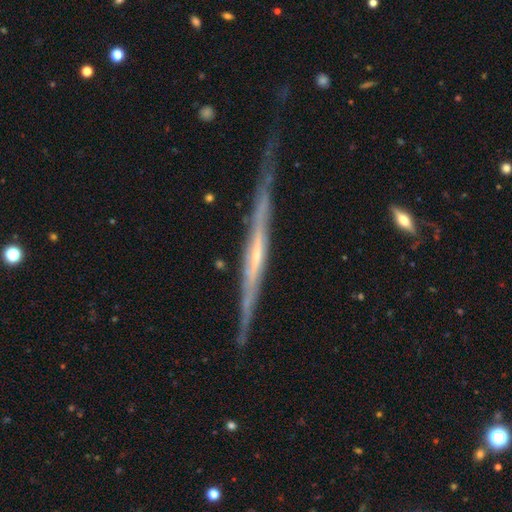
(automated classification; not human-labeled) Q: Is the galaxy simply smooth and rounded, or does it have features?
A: featured or disk — 80%.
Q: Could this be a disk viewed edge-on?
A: yes — 96%.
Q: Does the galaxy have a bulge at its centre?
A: none — 60%.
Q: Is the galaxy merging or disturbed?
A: none — 72%.